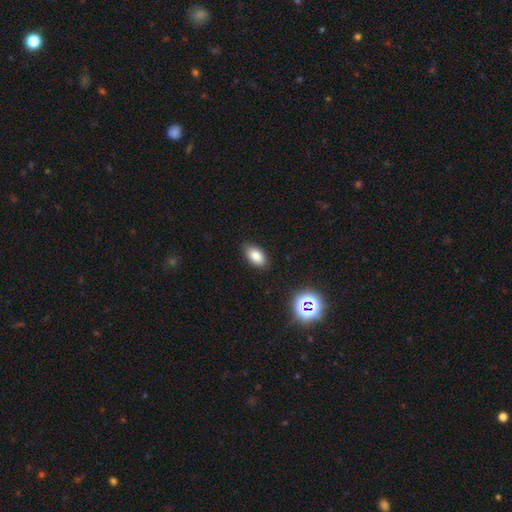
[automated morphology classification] Smooth or featured: smooth — 81% (star or artifact — 11%)
How rounded: in between — 92% (round — 6%)
Merging: none — 86% (minor disturbance — 10%)